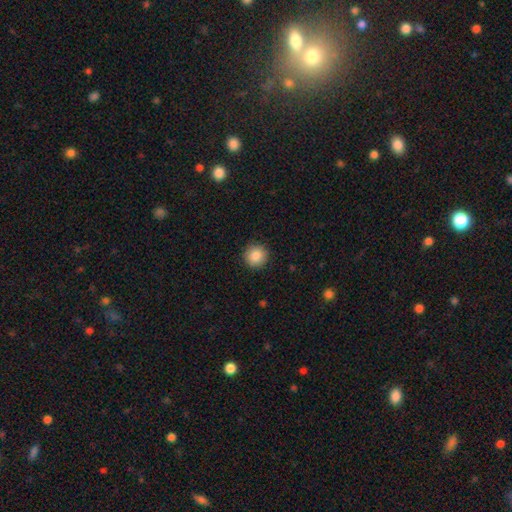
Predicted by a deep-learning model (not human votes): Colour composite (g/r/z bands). It shows a smooth galaxy with no disk features (87%) that is round (94%). Merging: none (91%).